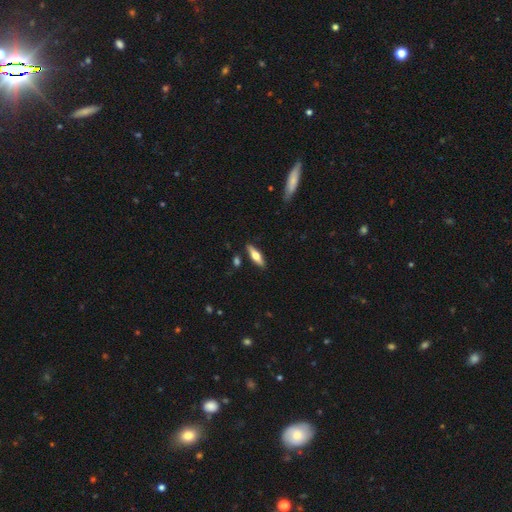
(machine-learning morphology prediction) The model was most divided on "smooth or featured": smooth: 49%, featured or disk: 45%, star or artifact: 6%. More confident: merging — none (87%).